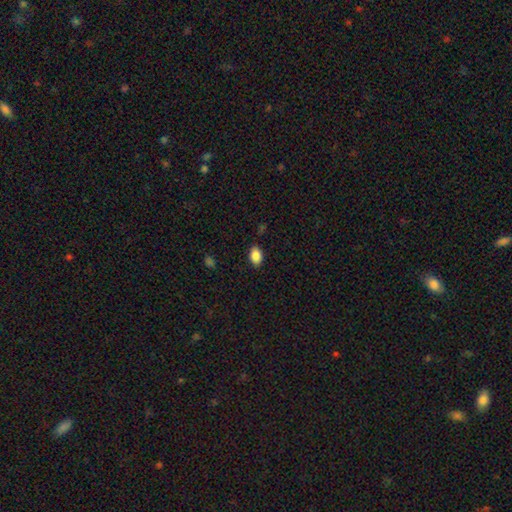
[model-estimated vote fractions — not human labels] A smooth galaxy with no disk features (87%) that is in between round and cigar-shaped (86%). Merging: none (86%).